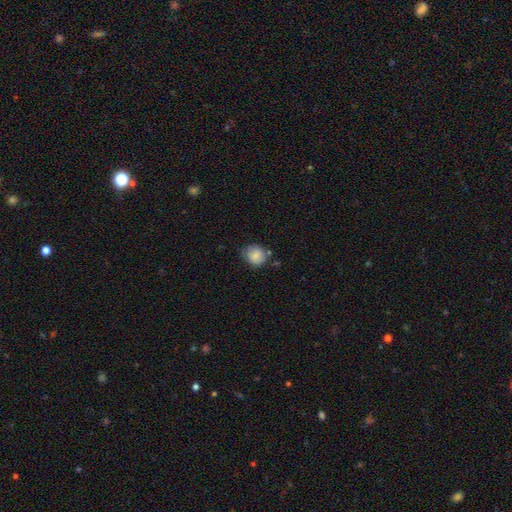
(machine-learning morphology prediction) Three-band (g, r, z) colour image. It shows a smooth galaxy with no disk features (82%) that is round (77%). Merging: none (65%).